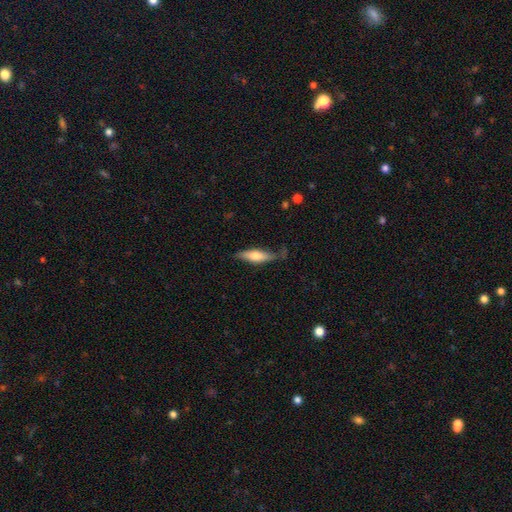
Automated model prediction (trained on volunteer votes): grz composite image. It shows a smooth galaxy with no disk features (59%) that is cigar-shaped (56%). Merging: none (62%).